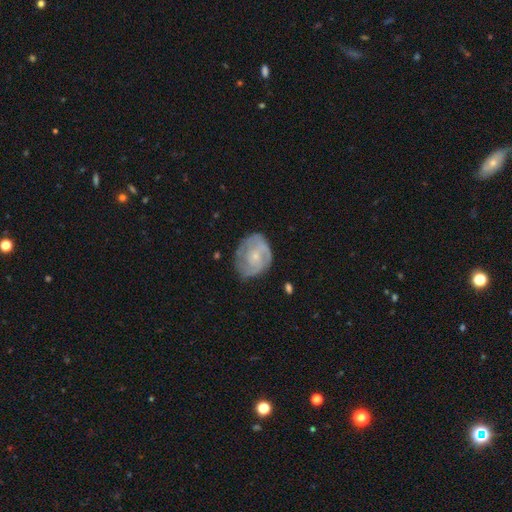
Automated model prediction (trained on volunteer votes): Smooth or featured?
  - featured or disk: 73% *
  - smooth: 21%
  - star or artifact: 6%
Edge-on disk?
  - no: 98% *
  - yes: 2%
Bar?
  - no: 74% *
  - weak: 22%
  - strong: 4%
Spiral arms?
  - yes: 88% *
  - no: 12%
Spiral winding?
  - tight: 53% *
  - medium: 36%
  - loose: 11%
Spiral arm count?
  - 2: 33% *
  - can't tell: 30%
  - 3: 23%
  - 1: 5%
  - 4: 5%
  - more than 4: 4%
Bulge size?
  - small: 73% *
  - moderate: 22%
  - none: 4%
  - large: 1%
  - dominant: 1%
Merging?
  - none: 66% *
  - minor disturbance: 23%
  - major disturbance: 9%
  - merger: 2%